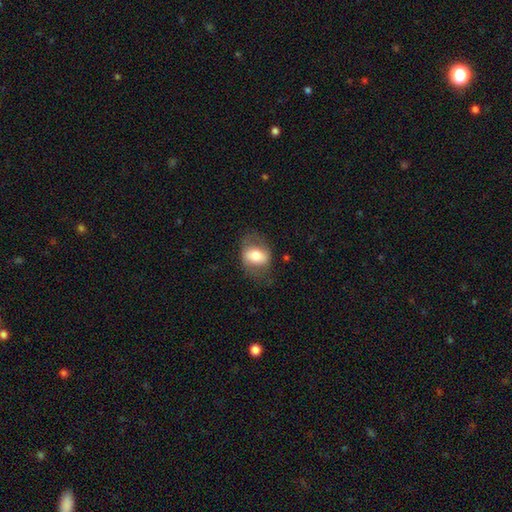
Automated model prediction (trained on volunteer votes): The model was most divided on "smooth or featured": smooth: 61%, featured or disk: 32%, star or artifact: 7%. More confident: how rounded — in between (73%); merging — none (66%).